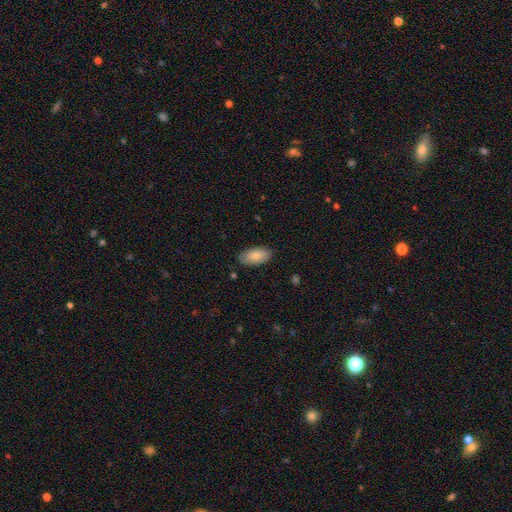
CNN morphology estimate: A smooth galaxy with no disk features (85%) that is in between round and cigar-shaped (93%).

Vote fractions:
- Smooth or featured? smooth: 85% / featured or disk: 9% / star or artifact: 6%
- How rounded? in between: 93% / cigar-shaped: 5% / round: 2%
- Merging? none: 84% / minor disturbance: 13% / major disturbance: 2% / merger: 1%